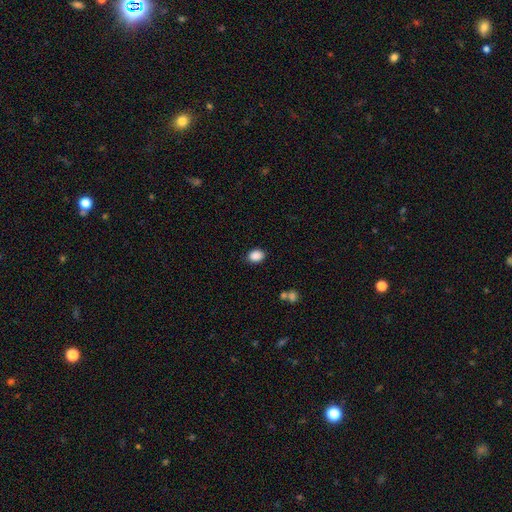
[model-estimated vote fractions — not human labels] This appears to be a smooth galaxy with no disk features (88%) that is in between round and cigar-shaped (63%). Merging: none (85%).